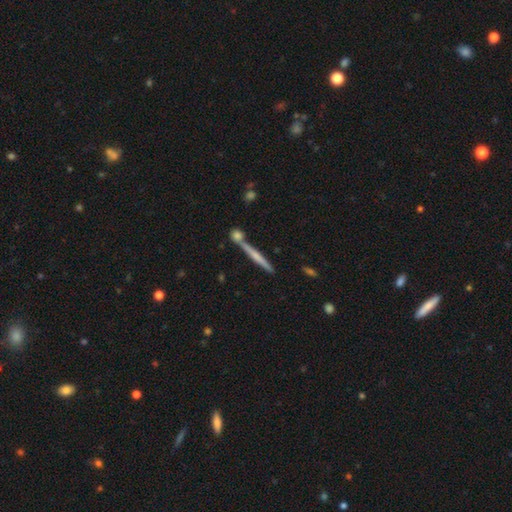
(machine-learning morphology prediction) smooth_or_featured: featured or disk (p=0.55) [alt: smooth p=0.38]
disk_edge_on: yes (p=0.96) [alt: no p=0.04]
edge_on_bulge: none (p=0.49) [alt: rounded p=0.40]
merging: none (p=0.72) [alt: merger p=0.16]